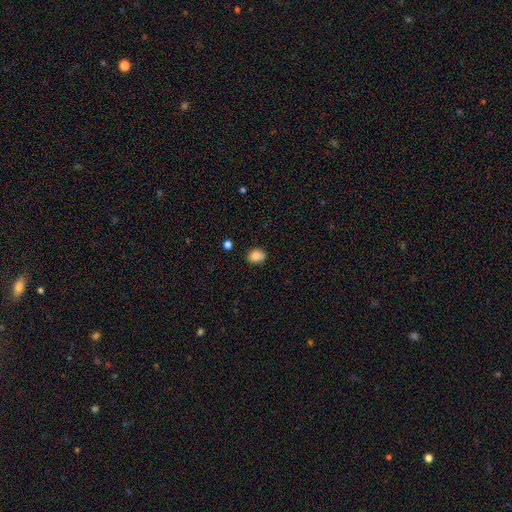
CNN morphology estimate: smooth_or_featured: smooth (p=0.80) [alt: star or artifact p=0.10]
how_rounded: round (p=0.57) [alt: in between p=0.42]
merging: none (p=0.66) [alt: minor disturbance p=0.18]